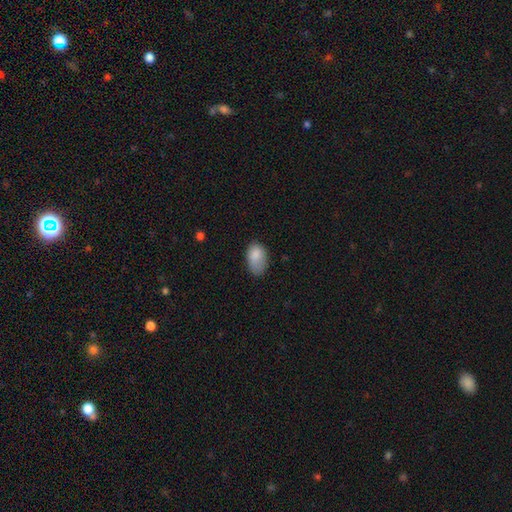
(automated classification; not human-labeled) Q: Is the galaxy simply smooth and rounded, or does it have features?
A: smooth — 84%.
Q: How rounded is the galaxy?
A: in between — 91%.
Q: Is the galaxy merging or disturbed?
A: none — 53%.